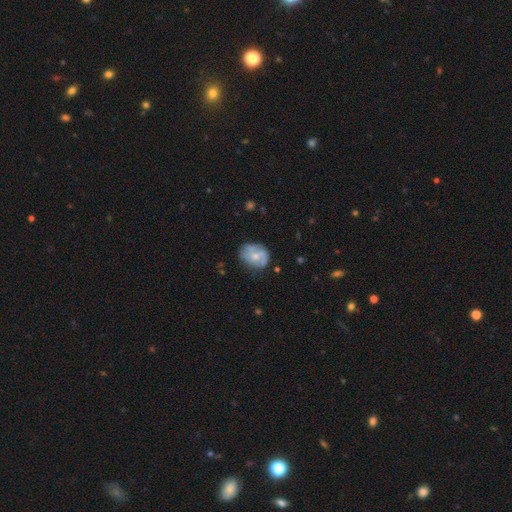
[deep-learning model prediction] Morphology: type=smooth (48%); merging=none (52%).